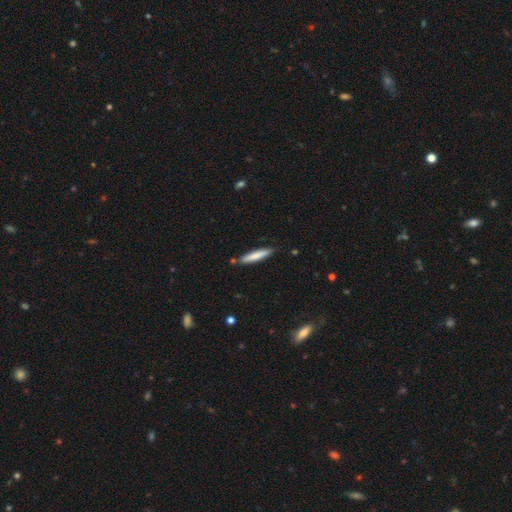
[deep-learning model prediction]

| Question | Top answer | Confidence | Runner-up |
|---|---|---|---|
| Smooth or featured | smooth | 77% | featured or disk (18%) |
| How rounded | cigar-shaped | 89% | in between (10%) |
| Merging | none | 85% | minor disturbance (10%) |